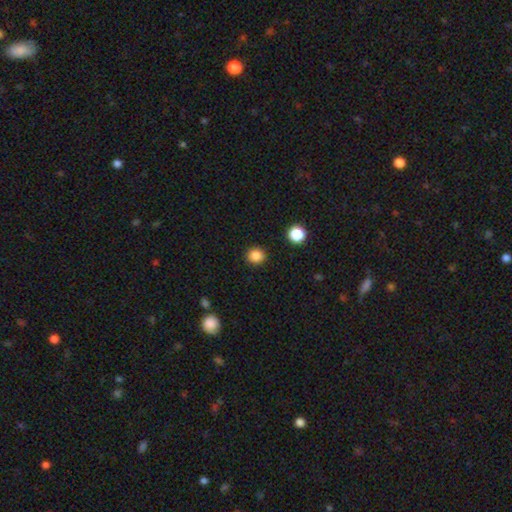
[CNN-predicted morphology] Smooth or featured: smooth — 85% (star or artifact — 11%)
How rounded: round — 88% (in between — 11%)
Merging: none — 90% (minor disturbance — 6%)